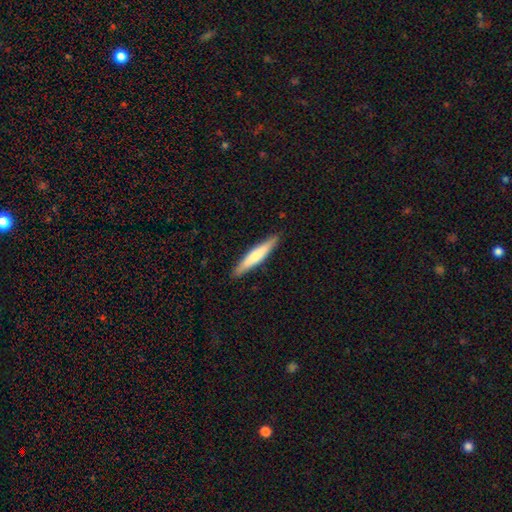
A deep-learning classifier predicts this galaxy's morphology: smooth-or-featured: smooth: 62% | featured or disk: 33% | star or artifact: 5%
  how-rounded: cigar-shaped: 91% | in between: 8% | round: 1%
  merging: none: 90% | minor disturbance: 7% | major disturbance: 1% | merger: 1%